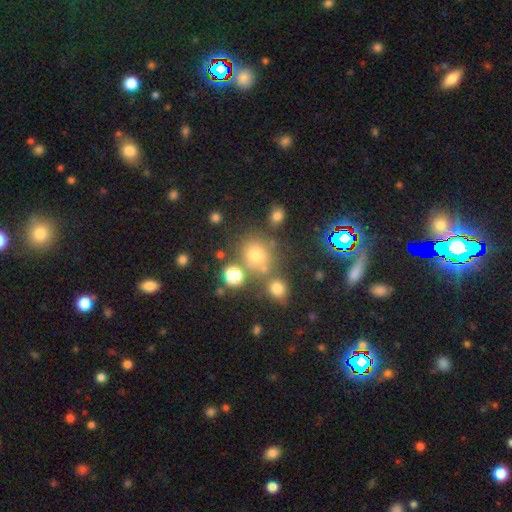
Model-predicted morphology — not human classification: This is likely a smooth galaxy (63%). How rounded: likely round (76%). Merging: likely none (64%).